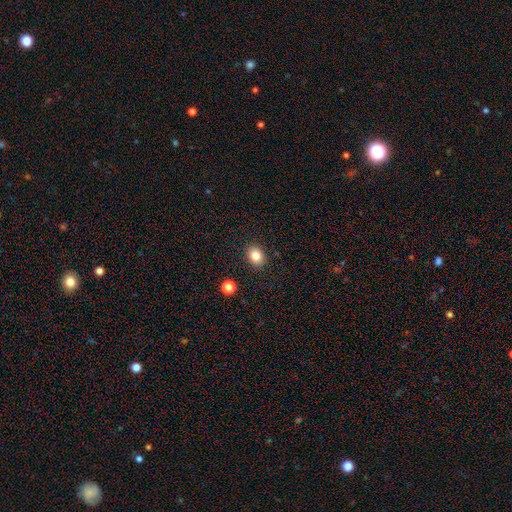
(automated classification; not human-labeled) smooth 84%, star or artifact 10%, featured or disk 6%. Down the decision tree: how rounded — in between (54%); merging — none (88%).